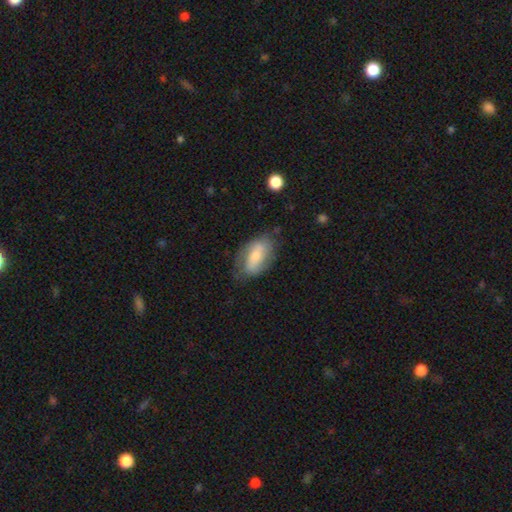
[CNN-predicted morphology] Q: Smooth or featured?
A: smooth (53%); runner-up: featured or disk (40%)
Q: How rounded?
A: in between (90%); runner-up: round (6%)
Q: Merging?
A: none (64%); runner-up: minor disturbance (25%)